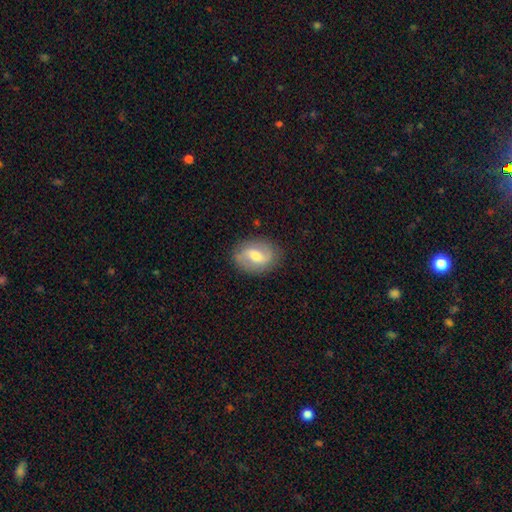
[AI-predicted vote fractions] Morphology: type=featured or disk (51%); edge-on=no (95%); merging=none (83%).